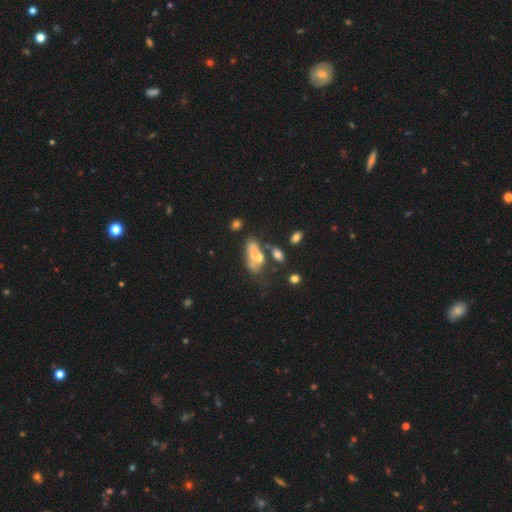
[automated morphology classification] smooth_or_featured: smooth (p=0.47) [alt: featured or disk p=0.41]
merging: merger (p=0.36) [alt: none p=0.28]